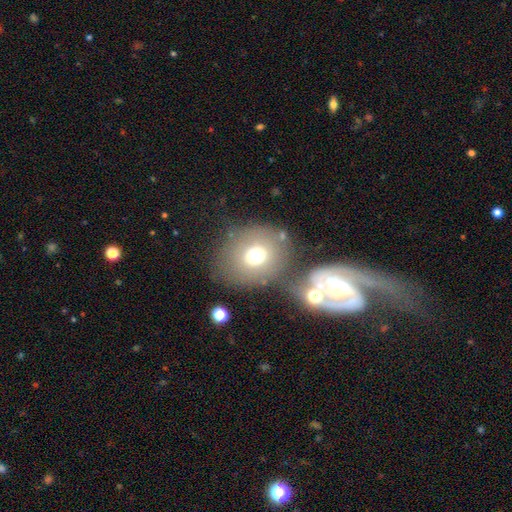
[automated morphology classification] Smooth or featured?
  - smooth: 69% *
  - featured or disk: 17%
  - star or artifact: 14%
How rounded?
  - round: 78% *
  - in between: 21%
  - cigar-shaped: 1%
Merging?
  - none: 59% *
  - merger: 17%
  - minor disturbance: 14%
  - major disturbance: 10%